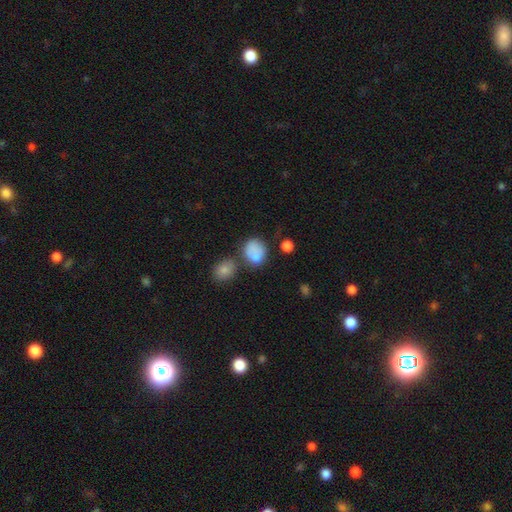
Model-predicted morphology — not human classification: Smooth or featured: smooth — 81% (featured or disk — 10%)
How rounded: round — 61% (in between — 38%)
Merging: none — 45% (merger — 26%)